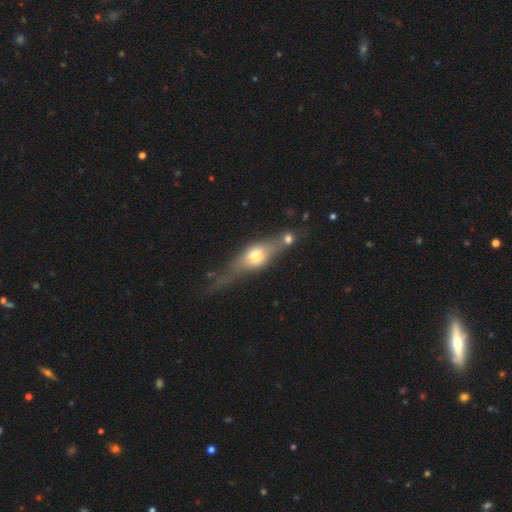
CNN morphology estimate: Smooth or featured: featured or disk — 56% (smooth — 36%)
Edge-on disk: yes — 78% (no — 22%)
Merging: none — 49% (minor disturbance — 19%)